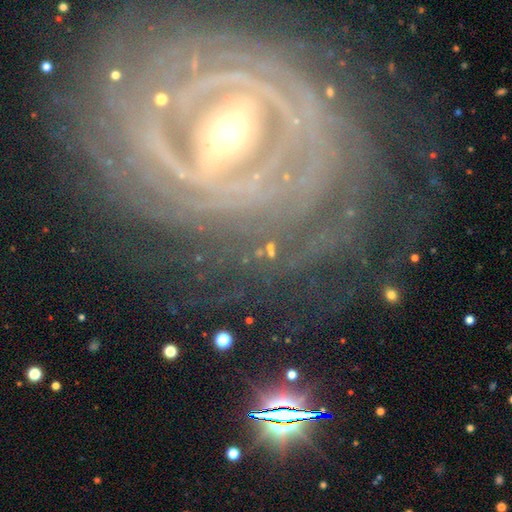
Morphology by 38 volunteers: featured or disk 82%, star or artifact 11%, smooth 8%. Down the decision tree: edge-on disk — no (90%); bar — strong (75%); spiral arms — yes (96%); spiral arm count — more than 4 (70%); spiral winding — tight (96%); bulge size — small (46%); merging — none (79%).